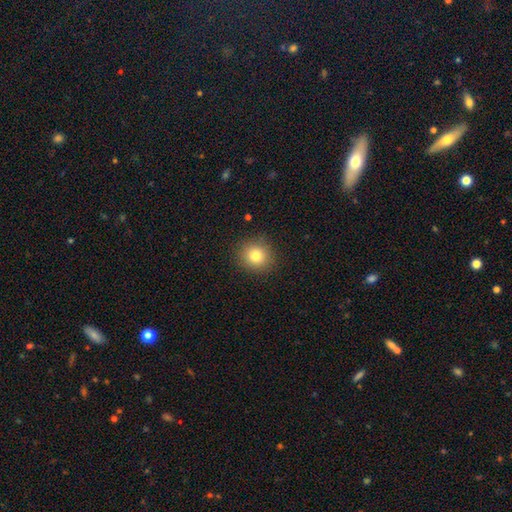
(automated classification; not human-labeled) Smooth or featured?
  - smooth: 80% *
  - star or artifact: 12%
  - featured or disk: 8%
How rounded?
  - round: 89% *
  - in between: 10%
  - cigar-shaped: 1%
Merging?
  - none: 89% *
  - minor disturbance: 7%
  - major disturbance: 3%
  - merger: 1%